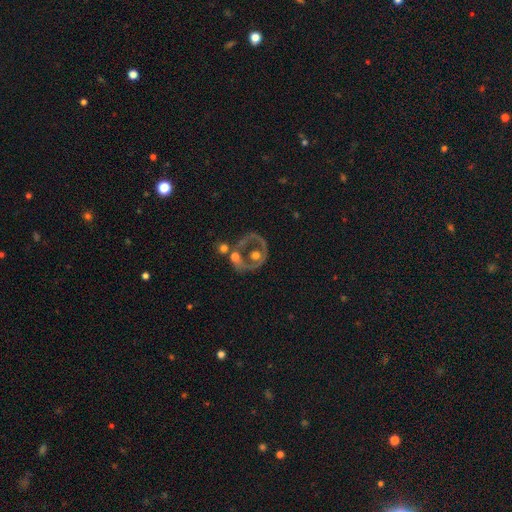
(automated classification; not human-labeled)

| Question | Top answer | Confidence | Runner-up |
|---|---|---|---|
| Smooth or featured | featured or disk | 59% | smooth (31%) |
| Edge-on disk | no | 95% | yes (5%) |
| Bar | no | 89% | weak (8%) |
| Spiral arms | no | 86% | yes (14%) |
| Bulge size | moderate | 65% | large (14%) |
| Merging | none | 41% | merger (29%) |